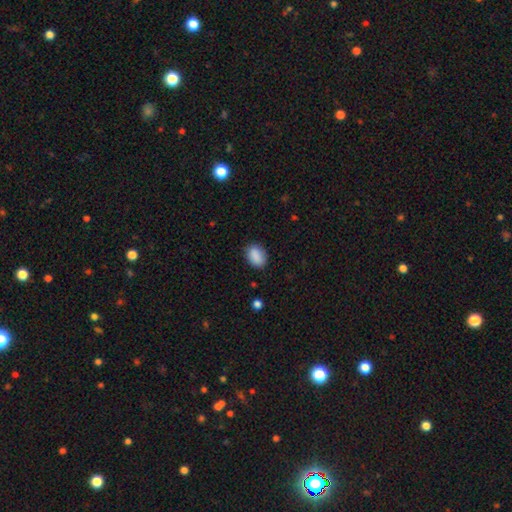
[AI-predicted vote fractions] Smooth or featured?
  - smooth: 89% *
  - star or artifact: 8%
  - featured or disk: 4%
How rounded?
  - in between: 81% *
  - round: 17%
  - cigar-shaped: 1%
Merging?
  - none: 82% *
  - minor disturbance: 13%
  - major disturbance: 3%
  - merger: 1%